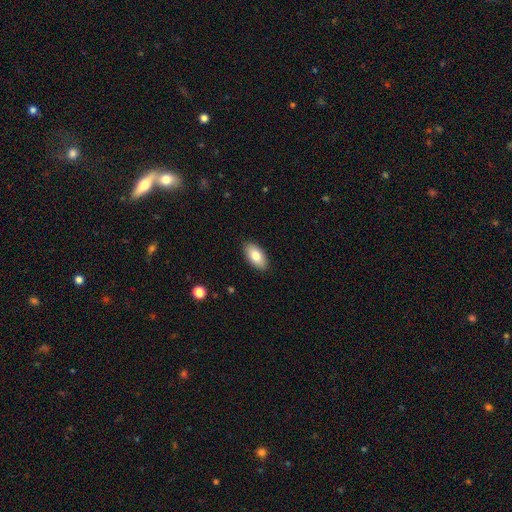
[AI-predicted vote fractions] A smooth galaxy with no disk features (80%) that is in between round and cigar-shaped (94%).

Vote fractions:
- Smooth or featured? smooth: 80% / featured or disk: 13% / star or artifact: 6%
- How rounded? in between: 94% / cigar-shaped: 3% / round: 3%
- Merging? none: 89% / minor disturbance: 9% / major disturbance: 2% / merger: 1%